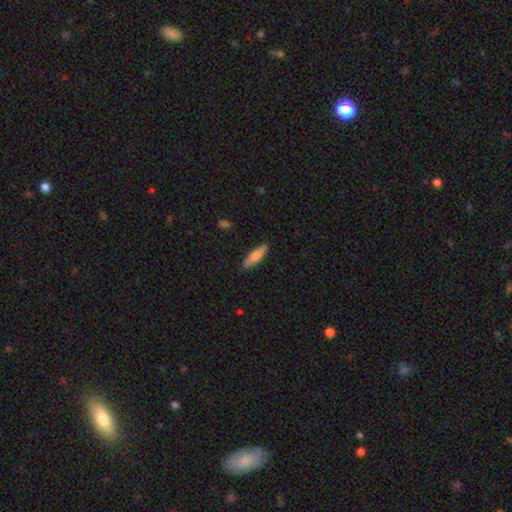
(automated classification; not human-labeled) smooth 67%, featured or disk 27%, star or artifact 6%. Down the decision tree: how rounded — cigar-shaped (61%); merging — none (85%).